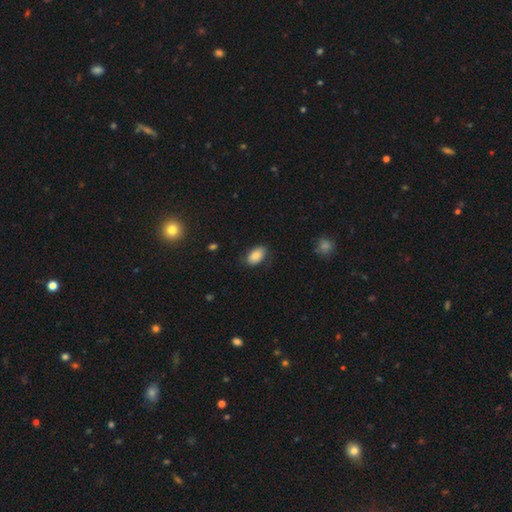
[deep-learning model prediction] This appears to be a smooth galaxy with no disk features (84%) that is in between round and cigar-shaped (92%). Merging: none (76%).